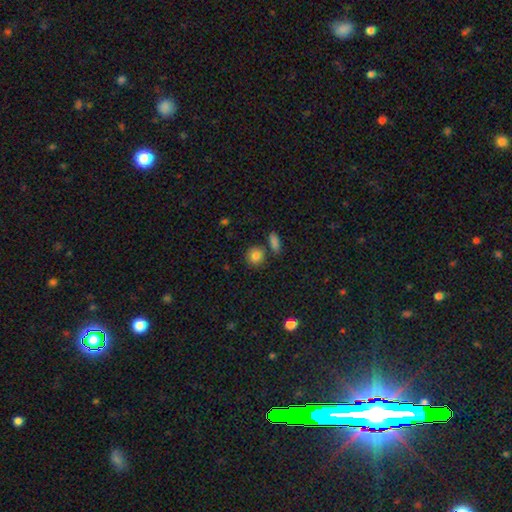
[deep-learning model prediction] Smooth or featured: smooth — 85% (star or artifact — 9%)
How rounded: round — 85% (in between — 14%)
Merging: none — 76% (merger — 12%)